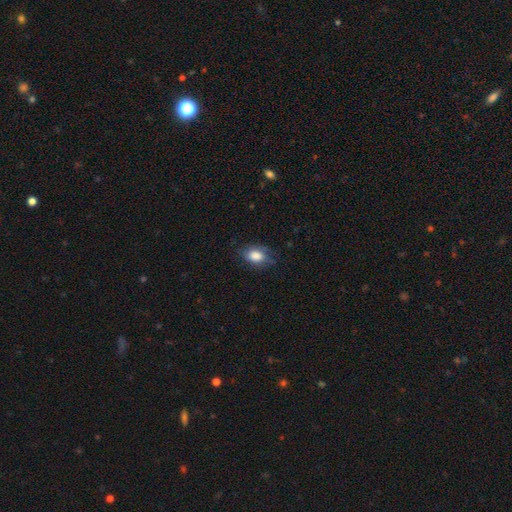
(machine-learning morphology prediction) smooth_or_featured: smooth (p=0.80) [alt: featured or disk p=0.12]
how_rounded: in between (p=0.81) [alt: round p=0.18]
merging: none (p=0.64) [alt: minor disturbance p=0.26]